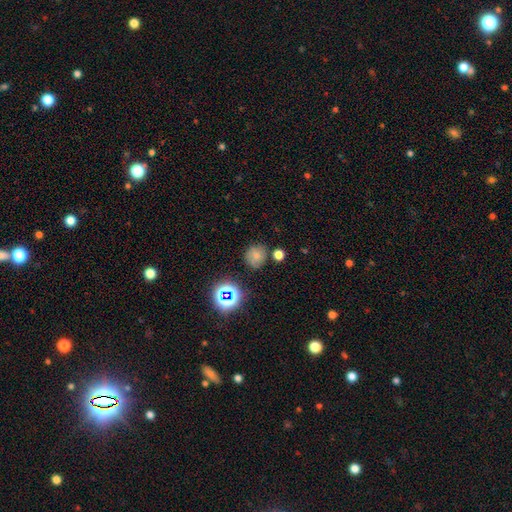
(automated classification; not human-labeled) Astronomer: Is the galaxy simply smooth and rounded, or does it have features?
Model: smooth — 69%.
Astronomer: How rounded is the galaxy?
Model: round — 83%.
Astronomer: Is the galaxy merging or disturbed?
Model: none — 73%.